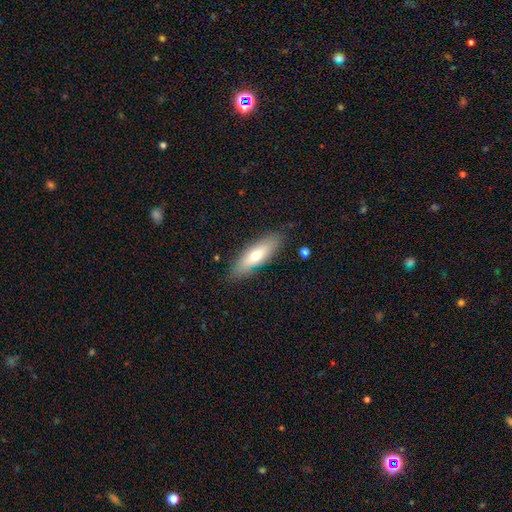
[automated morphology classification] This is likely a smooth galaxy (67%). How rounded: possibly in between (54%). Merging: clearly none (86%).